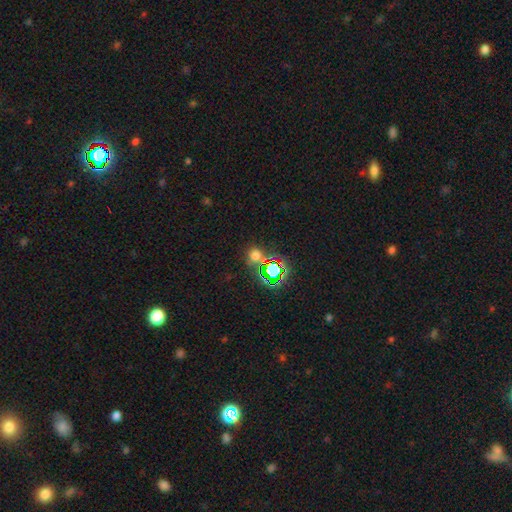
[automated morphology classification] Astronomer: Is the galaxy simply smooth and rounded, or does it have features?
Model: smooth — 56% (runner-up: star or artifact, 38%).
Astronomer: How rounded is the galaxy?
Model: round — 79%.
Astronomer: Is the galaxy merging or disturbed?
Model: none — 71%.